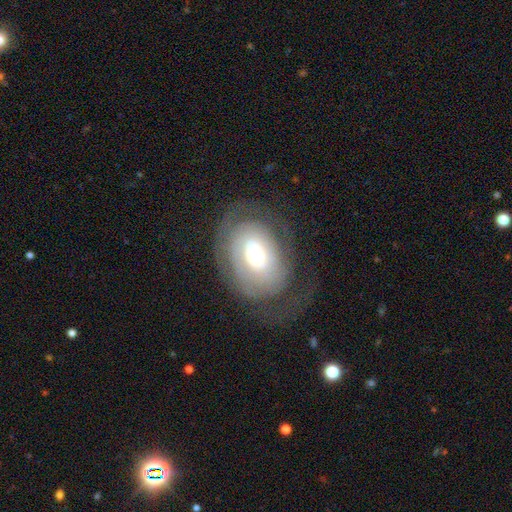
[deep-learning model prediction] This appears to be a featured or disk galaxy (53%) with no bar (74%), spiral arms (55%) and a moderate central bulge (62%). Merging: none (55%).